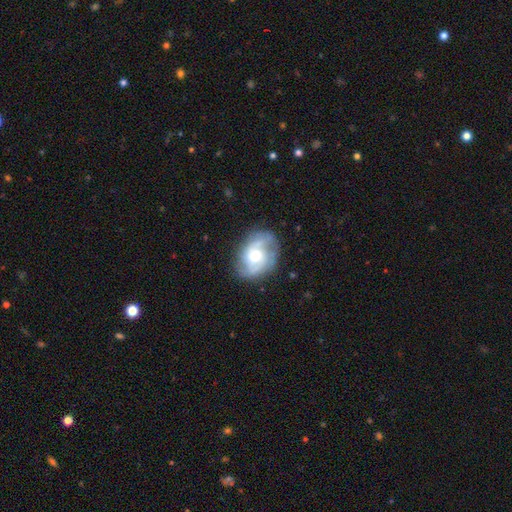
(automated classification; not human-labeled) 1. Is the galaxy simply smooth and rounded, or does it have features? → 73% featured or disk, 20% smooth, 6% star or artifact.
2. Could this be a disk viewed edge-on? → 97% no, 3% yes.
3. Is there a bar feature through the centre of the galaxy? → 61% no, 32% weak, 6% strong.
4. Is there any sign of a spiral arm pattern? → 88% yes, 12% no.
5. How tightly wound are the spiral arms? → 43% medium, 37% tight, 20% loose.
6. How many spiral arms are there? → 52% 2, 23% can't tell, 14% 3, 5% 1, 3% 4, 3% more than 4.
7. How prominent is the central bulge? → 61% moderate, 23% small, 13% large, 2% none, 1% dominant.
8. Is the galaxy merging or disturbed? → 69% none, 21% minor disturbance, 9% major disturbance, 2% merger.